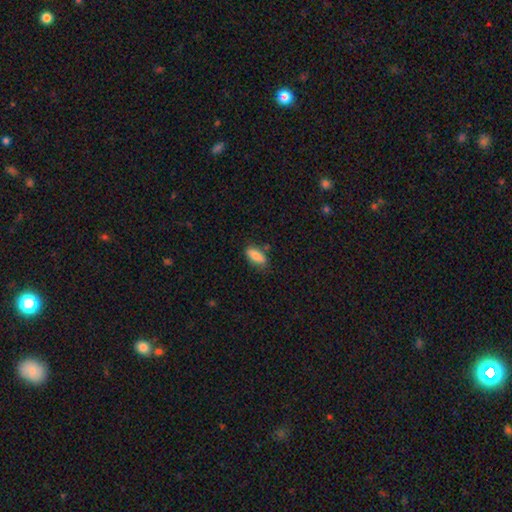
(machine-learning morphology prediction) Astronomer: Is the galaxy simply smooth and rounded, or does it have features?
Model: smooth — 80%.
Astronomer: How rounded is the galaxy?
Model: in between — 83%.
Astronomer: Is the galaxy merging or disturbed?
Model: none — 76%.